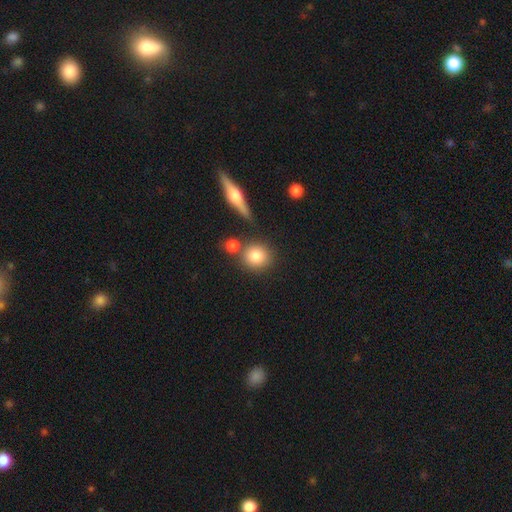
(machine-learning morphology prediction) This is clearly a smooth galaxy (81%). How rounded: clearly round (86%). Merging: likely none (70%).